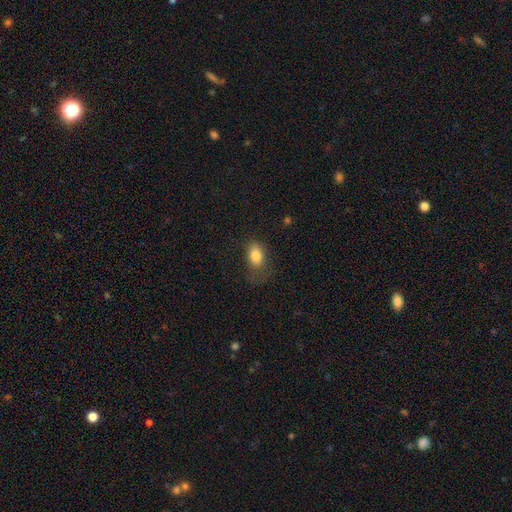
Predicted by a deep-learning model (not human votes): A smooth galaxy with no disk features (82%) that is in between round and cigar-shaped (83%).

Vote fractions:
- Smooth or featured? smooth: 82% / featured or disk: 9% / star or artifact: 9%
- How rounded? in between: 83% / round: 15% / cigar-shaped: 2%
- Merging? none: 50% / minor disturbance: 26% / major disturbance: 22% / merger: 2%